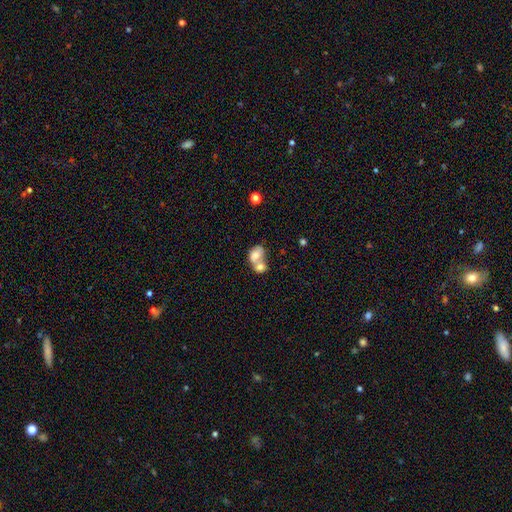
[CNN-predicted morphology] A smooth galaxy with no disk features (69%) that is in between round and cigar-shaped (73%). Merging: merger (74%).